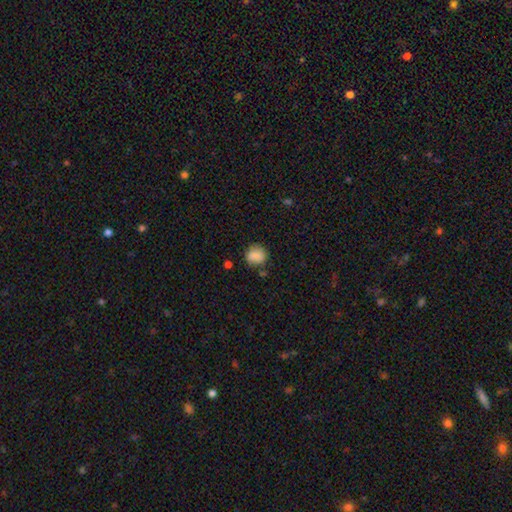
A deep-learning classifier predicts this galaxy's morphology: The model was most divided on "how rounded": round: 75%, in between: 24%, cigar-shaped: 1%. More confident: smooth or featured — smooth (87%); merging — none (74%).